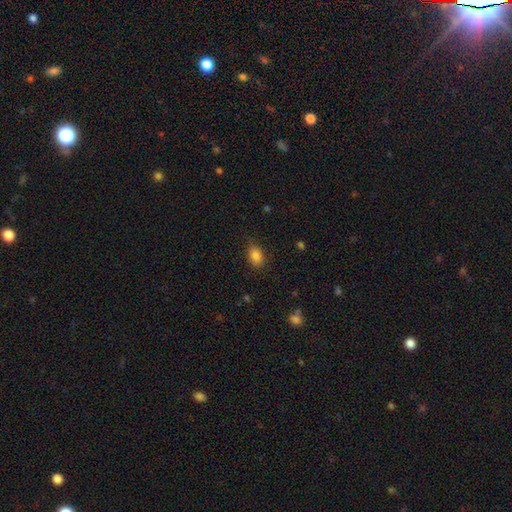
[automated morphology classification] smooth 84%, star or artifact 10%, featured or disk 6%. Down the decision tree: how rounded — in between (82%); merging — none (79%).